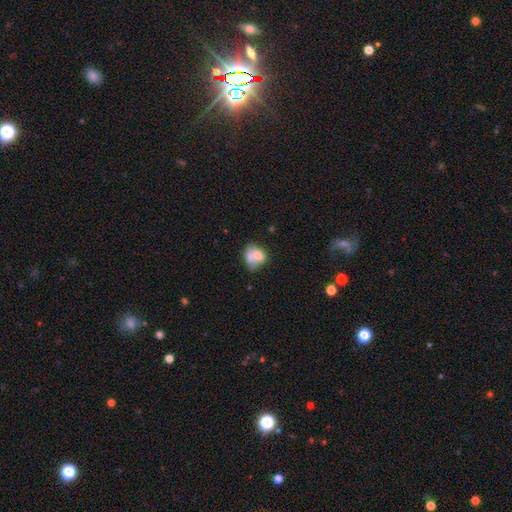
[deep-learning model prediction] smooth-or-featured: smooth: 68% | featured or disk: 23% | star or artifact: 9%
  how-rounded: round: 51% | in between: 48% | cigar-shaped: 1%
  merging: merger: 50% | none: 25% | minor disturbance: 15% | major disturbance: 10%